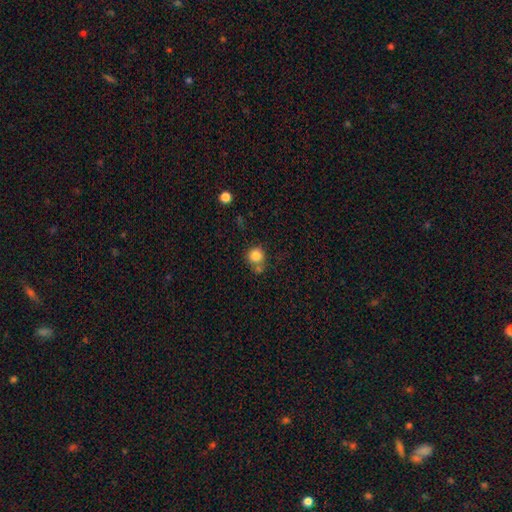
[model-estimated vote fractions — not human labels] smooth_or_featured: smooth (p=0.83) [alt: star or artifact p=0.10]
how_rounded: round (p=0.89) [alt: in between p=0.10]
merging: none (p=0.60) [alt: merger p=0.21]